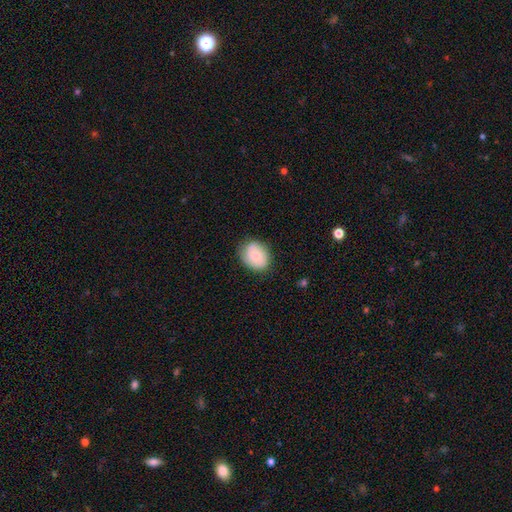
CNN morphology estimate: Smooth or featured? smooth (73%)
How rounded? round (53%)
Merging? none (77%)